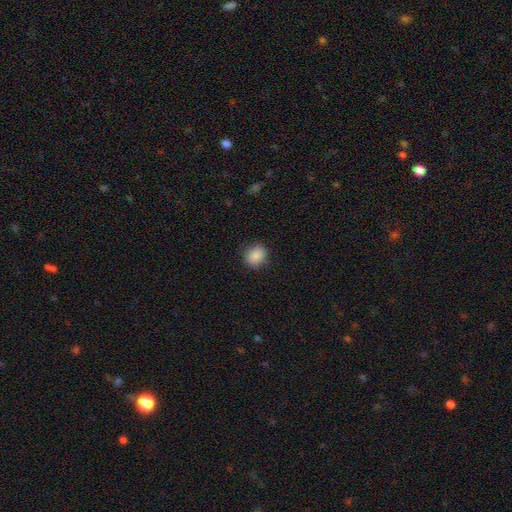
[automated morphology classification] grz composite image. It shows a smooth galaxy with no disk features (87%) that is round (72%). Merging: none (84%).